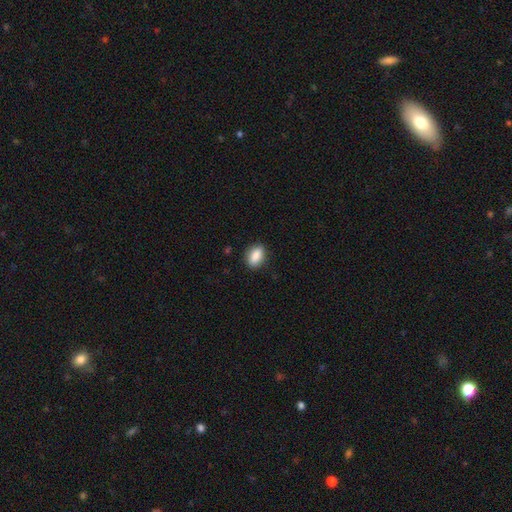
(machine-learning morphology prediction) smooth_or_featured: smooth (p=0.88) [alt: star or artifact p=0.07]
how_rounded: in between (p=0.86) [alt: round p=0.11]
merging: none (p=0.86) [alt: minor disturbance p=0.10]